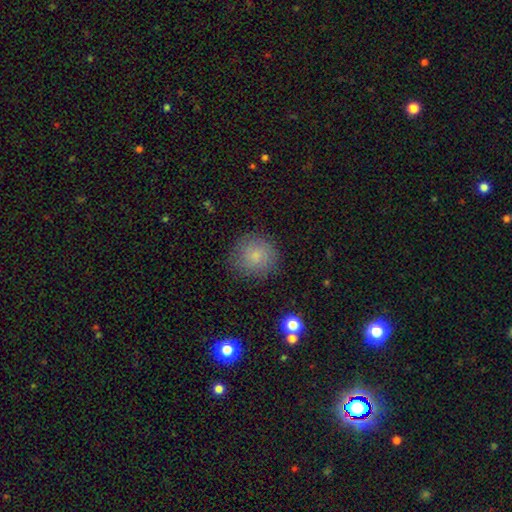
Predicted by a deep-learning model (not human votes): A smooth galaxy with no disk features (75%) that is round (91%).

Vote fractions:
- Smooth or featured? smooth: 75% / featured or disk: 16% / star or artifact: 10%
- How rounded? round: 91% / in between: 8% / cigar-shaped: 1%
- Merging? none: 82% / minor disturbance: 13% / major disturbance: 4% / merger: 1%